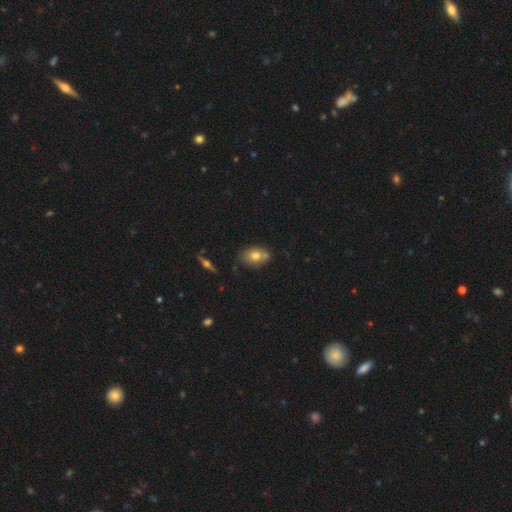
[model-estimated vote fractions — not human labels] smooth_or_featured: smooth (p=0.71) [alt: featured or disk p=0.20]
how_rounded: in between (p=0.70) [alt: round p=0.28]
merging: none (p=0.58) [alt: merger p=0.23]